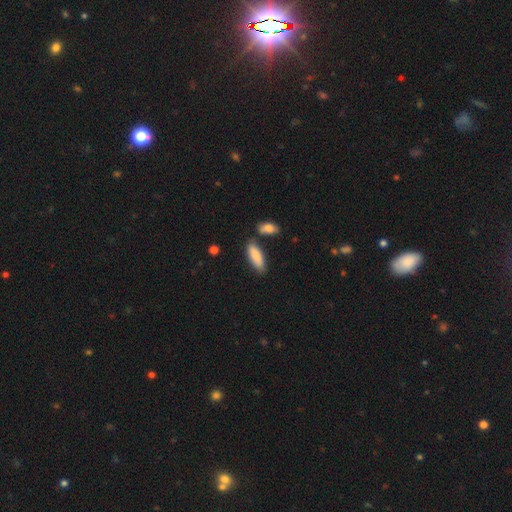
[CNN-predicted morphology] type=smooth (86%); roundness=in between (65%); merging=none (72%).